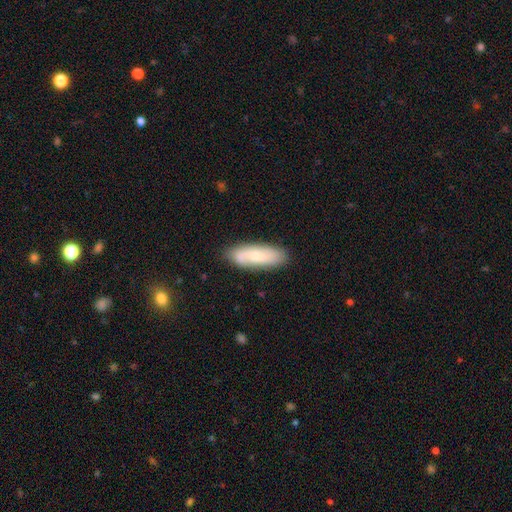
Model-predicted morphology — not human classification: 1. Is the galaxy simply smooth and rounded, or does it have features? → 58% smooth, 36% featured or disk, 6% star or artifact.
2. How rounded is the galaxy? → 61% in between, 37% cigar-shaped, 2% round.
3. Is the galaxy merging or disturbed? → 81% none, 14% minor disturbance, 3% major disturbance, 2% merger.